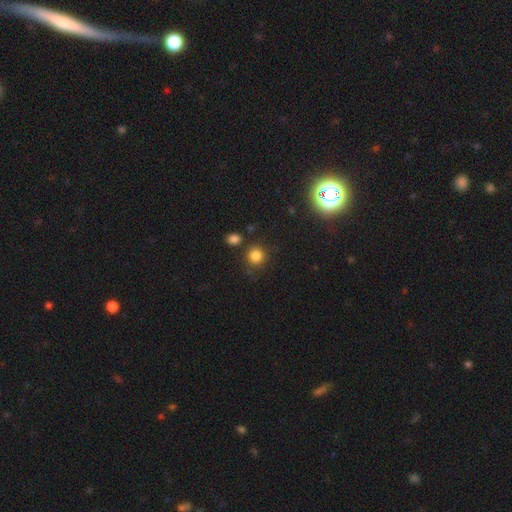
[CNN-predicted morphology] type=smooth (83%); roundness=round (89%); merging=none (76%).